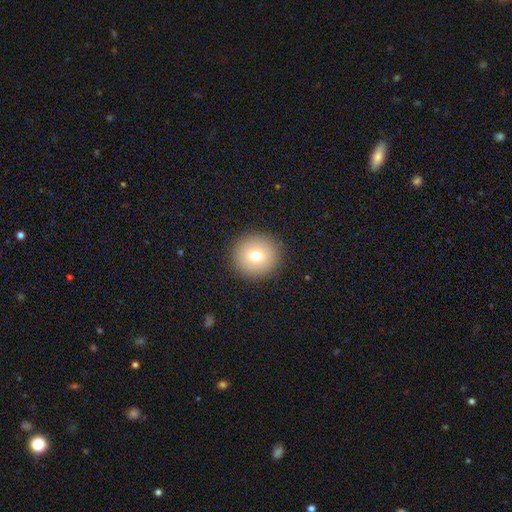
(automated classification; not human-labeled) This appears to be a smooth galaxy with no disk features (73%) that is round (92%). Merging: none (91%).